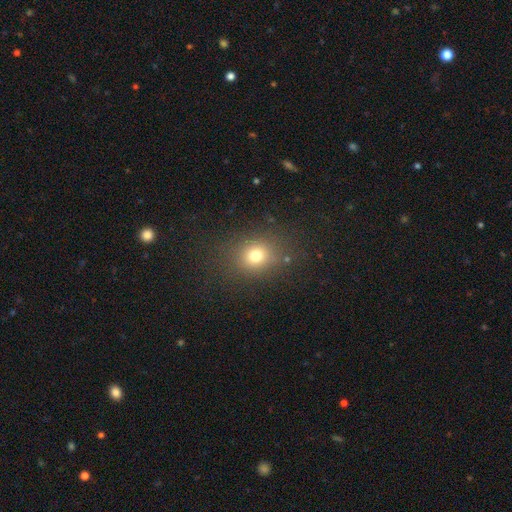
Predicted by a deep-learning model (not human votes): The model was most divided on "how rounded": round: 66%, in between: 33%, cigar-shaped: 1%. More confident: merging — none (81%); smooth or featured — smooth (74%).